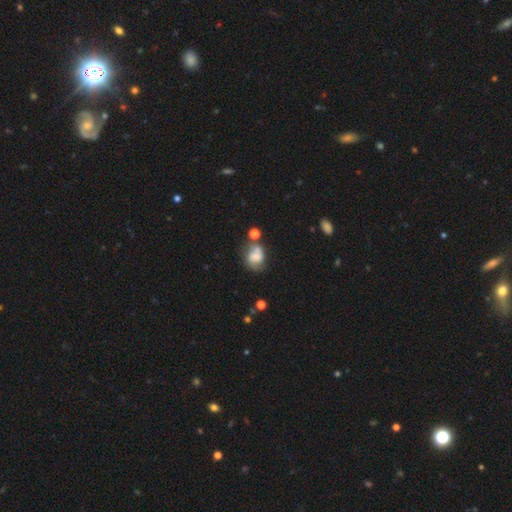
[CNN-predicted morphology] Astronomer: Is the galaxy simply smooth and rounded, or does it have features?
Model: smooth — 62%.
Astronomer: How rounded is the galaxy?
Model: in between — 54% (runner-up: round, 45%).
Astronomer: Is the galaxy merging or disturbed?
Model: none — 35% (runner-up: merger, 29%).